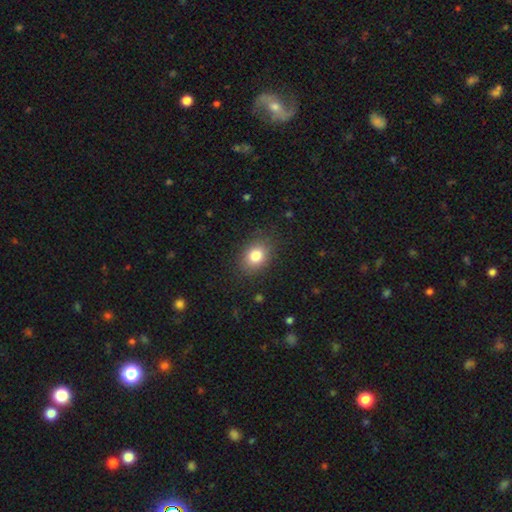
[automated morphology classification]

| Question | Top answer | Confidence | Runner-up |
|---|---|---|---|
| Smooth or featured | smooth | 82% | star or artifact (10%) |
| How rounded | in between | 58% | round (41%) |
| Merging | none | 85% | minor disturbance (11%) |